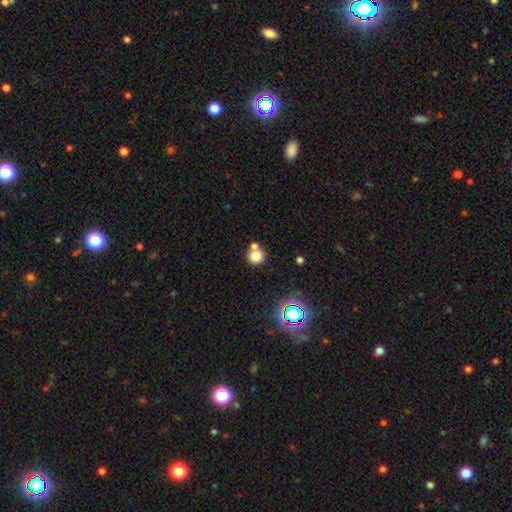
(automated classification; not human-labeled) smooth-or-featured: smooth: 77% | star or artifact: 14% | featured or disk: 9%
  how-rounded: round: 90% | in between: 9% | cigar-shaped: 1%
  merging: none: 57% | merger: 33% | minor disturbance: 8% | major disturbance: 3%